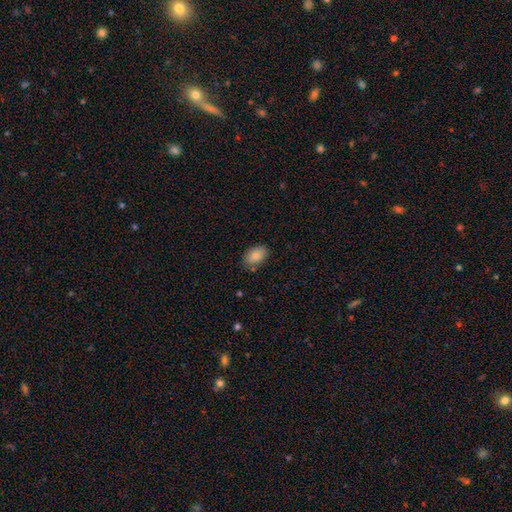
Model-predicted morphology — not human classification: This is clearly a smooth galaxy (88%). How rounded: clearly in between (90%). Merging: clearly none (81%).